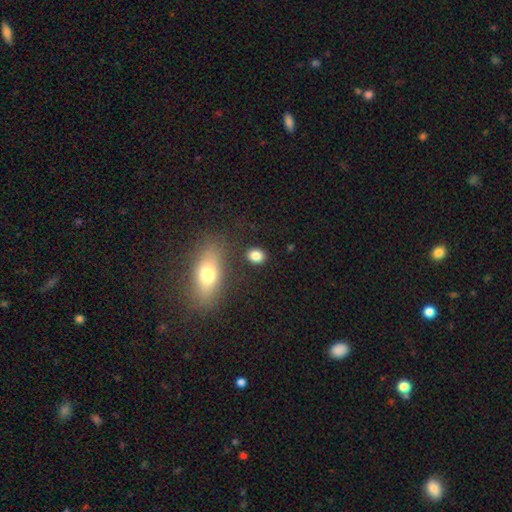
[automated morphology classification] type=smooth (84%); roundness=in between (53%); merging=none (83%).